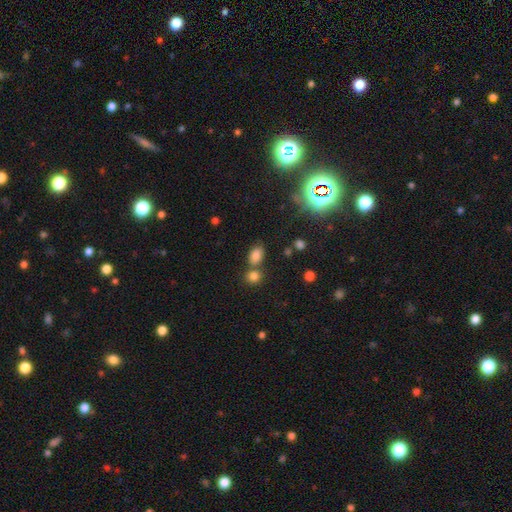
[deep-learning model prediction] smooth_or_featured: smooth (p=0.78) [alt: star or artifact p=0.15]
how_rounded: in between (p=0.81) [alt: round p=0.17]
merging: none (p=0.58) [alt: merger p=0.26]